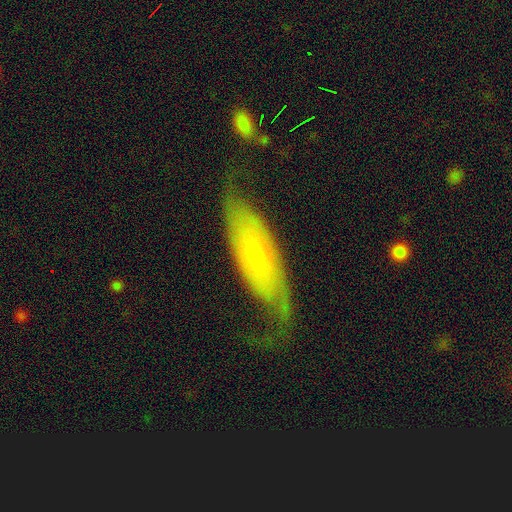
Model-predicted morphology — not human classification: featured or disk 62%, smooth 31%, star or artifact 7%. Down the decision tree: edge-on disk — no (80%); merging — none (55%).